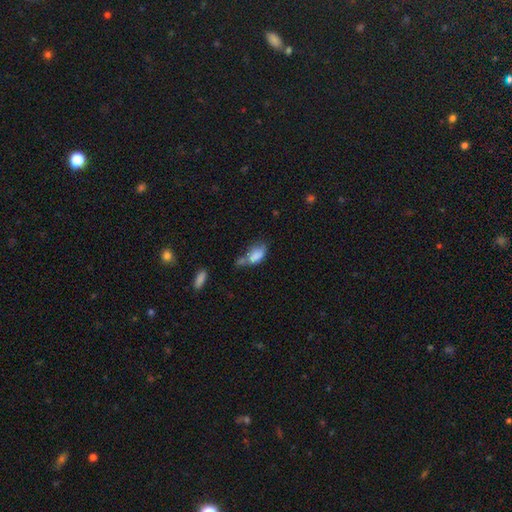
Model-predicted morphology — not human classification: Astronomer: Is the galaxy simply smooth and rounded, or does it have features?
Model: smooth — 78%.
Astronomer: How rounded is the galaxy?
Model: in between — 89%.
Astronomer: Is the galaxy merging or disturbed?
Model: merger — 30% (runner-up: none, 27%).